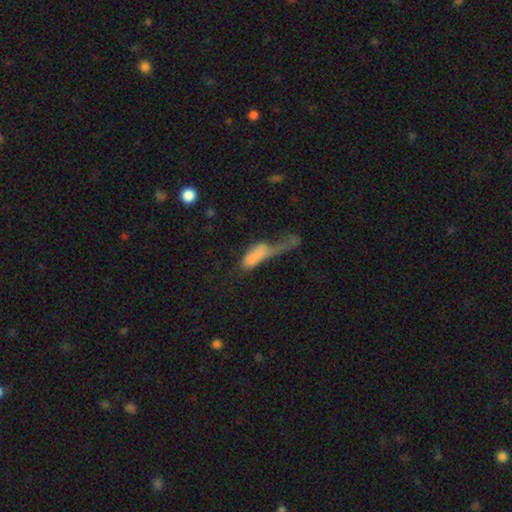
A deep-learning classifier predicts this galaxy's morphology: smooth_or_featured: smooth (p=0.67) [alt: featured or disk p=0.22]
how_rounded: in between (p=0.64) [alt: cigar-shaped p=0.31]
merging: major disturbance (p=0.56) [alt: merger p=0.18]